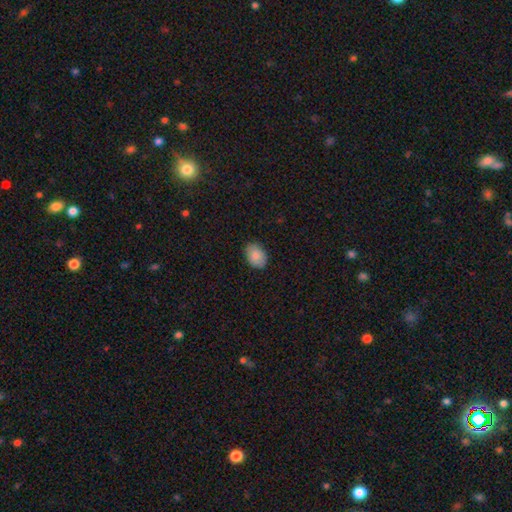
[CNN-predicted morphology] A smooth galaxy with no disk features (87%) that is in between round and cigar-shaped (79%). Merging: none (85%).